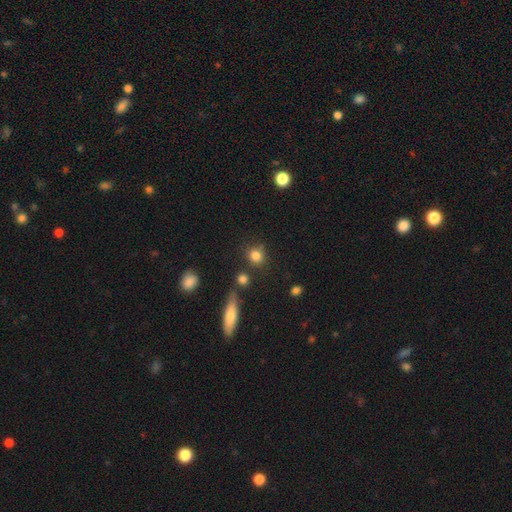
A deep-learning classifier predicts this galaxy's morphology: Smooth or featured?
  - smooth: 82% *
  - star or artifact: 11%
  - featured or disk: 7%
How rounded?
  - round: 81% *
  - in between: 16%
  - cigar-shaped: 2%
Merging?
  - none: 77% *
  - minor disturbance: 11%
  - merger: 8%
  - major disturbance: 4%